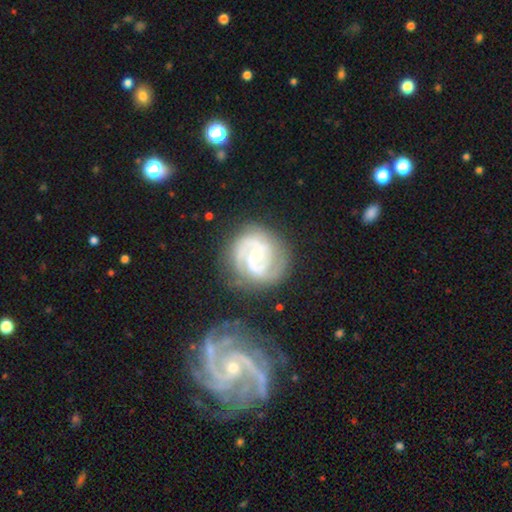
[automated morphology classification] A featured or disk galaxy (88%) with no bar (57%), 2 (61%) tight (66%) spiral arms (97%) and a small central bulge (49%).

Vote fractions:
- Smooth or featured? featured or disk: 88% / smooth: 7% / star or artifact: 5%
- Edge-on disk? no: 98% / yes: 2%
- Bar? no: 57% / weak: 33% / strong: 10%
- Spiral arms? yes: 97% / no: 3%
- Spiral winding? tight: 66% / medium: 29% / loose: 5%
- Spiral arm count? 2: 61% / 3: 18% / can't tell: 11% / 1: 4% / 4: 3% / more than 4: 3%
- Bulge size? small: 49% / moderate: 47% / large: 2% / none: 1% / dominant: 1%
- Merging? none: 72% / minor disturbance: 16% / major disturbance: 7% / merger: 5%